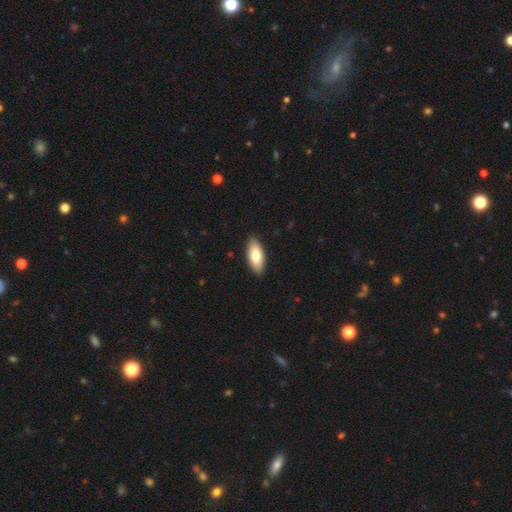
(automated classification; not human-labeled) A smooth galaxy with no disk features (77%) that is in between round and cigar-shaped (85%). Merging: none (89%).